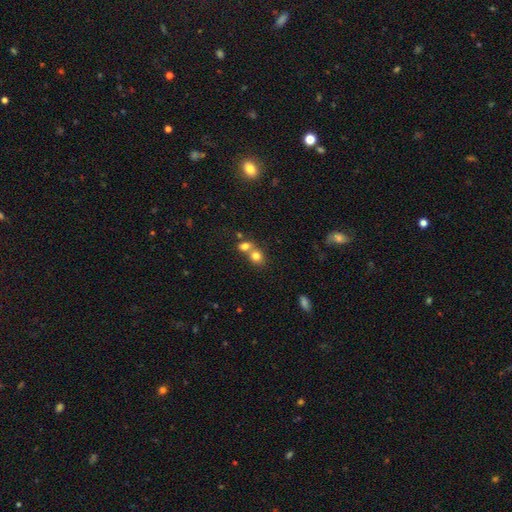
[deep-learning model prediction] The model was most divided on "merging": merger: 55%, none: 36%, minor disturbance: 6%, major disturbance: 3%. More confident: smooth or featured — smooth (77%); how rounded — round (71%).